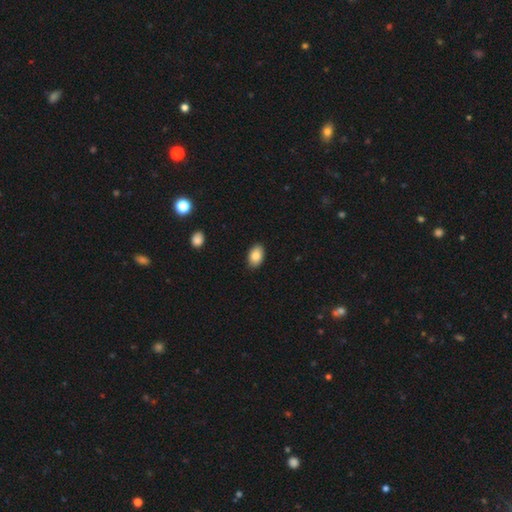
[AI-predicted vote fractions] This appears to be a smooth galaxy with no disk features (86%) that is in between round and cigar-shaped (90%). Merging: none (88%).